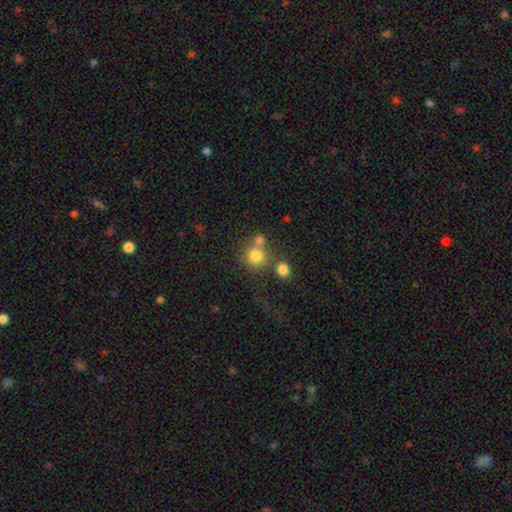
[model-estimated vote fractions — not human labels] Morphology: type=smooth (77%); roundness=round (87%); merging=none (55%).